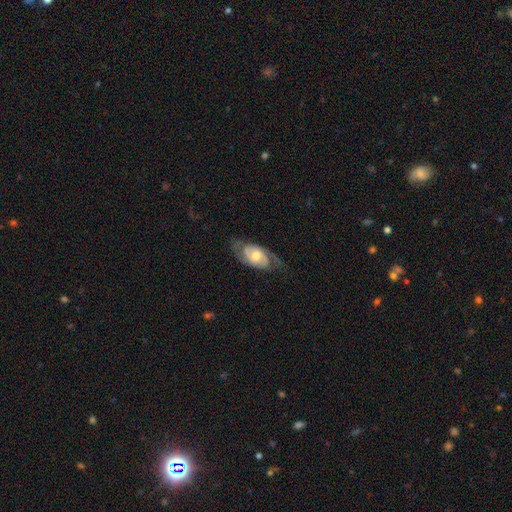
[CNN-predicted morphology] smooth_or_featured: featured or disk (p=0.80) [alt: smooth p=0.15]
disk_edge_on: no (p=0.94) [alt: yes p=0.06]
bar: no (p=0.60) [alt: weak p=0.33]
has_spiral_arms: yes (p=0.92) [alt: no p=0.08]
spiral_winding: medium (p=0.44) [alt: tight p=0.38]
spiral_arm_count: 2 (p=0.83) [alt: can't tell p=0.10]
bulge_size: moderate (p=0.62) [alt: small p=0.27]
merging: none (p=0.69) [alt: minor disturbance p=0.19]